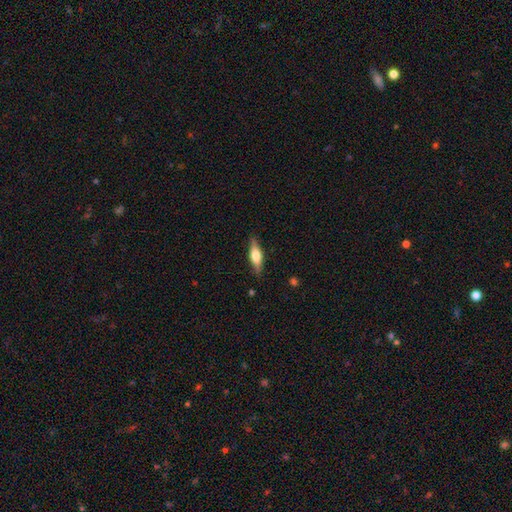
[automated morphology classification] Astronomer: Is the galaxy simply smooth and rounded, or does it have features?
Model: featured or disk — 49% (runner-up: smooth, 45%).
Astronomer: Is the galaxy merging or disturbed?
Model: none — 86%.